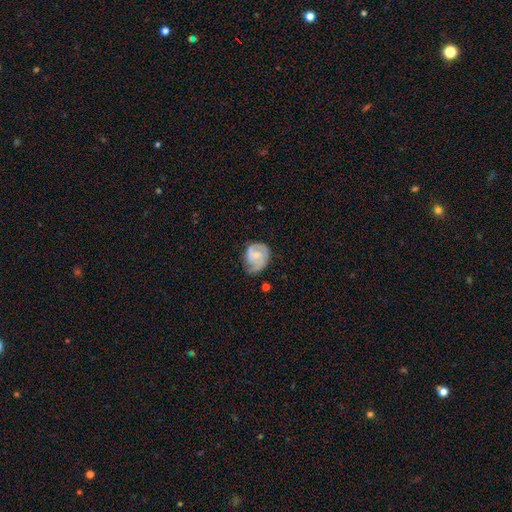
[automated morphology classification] A featured or disk galaxy (71%) with no bar (57%), 2 (58%) tight (44%) spiral arms (91%) and a small central bulge (57%). Merging: none (47%).